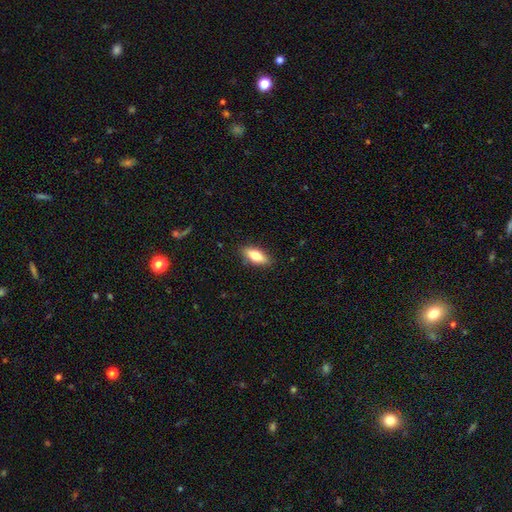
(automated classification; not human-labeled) Q: Smooth or featured?
A: smooth (71%); runner-up: featured or disk (23%)
Q: How rounded?
A: in between (70%); runner-up: cigar-shaped (27%)
Q: Merging?
A: none (87%); runner-up: minor disturbance (10%)